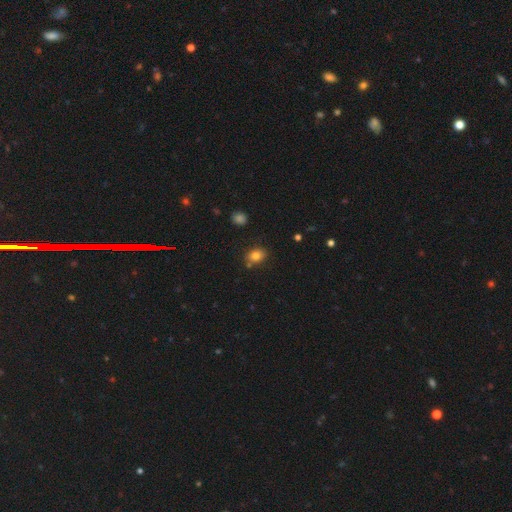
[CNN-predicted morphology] type=smooth (80%); roundness=in between (59%); merging=none (77%).